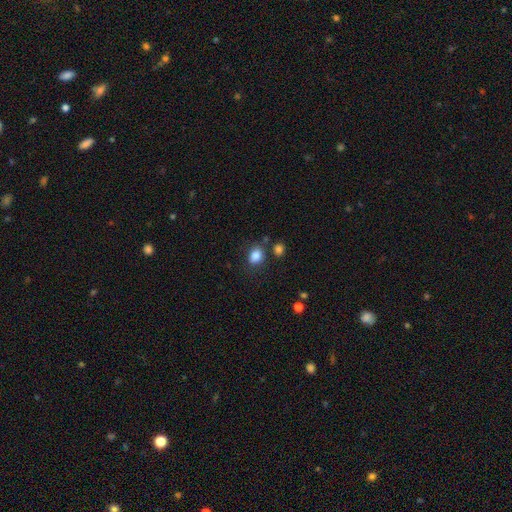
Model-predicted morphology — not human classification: Smooth or featured?
  - smooth: 85% *
  - star or artifact: 10%
  - featured or disk: 5%
How rounded?
  - in between: 55% *
  - round: 44%
  - cigar-shaped: 1%
Merging?
  - none: 75% *
  - minor disturbance: 13%
  - merger: 7%
  - major disturbance: 4%